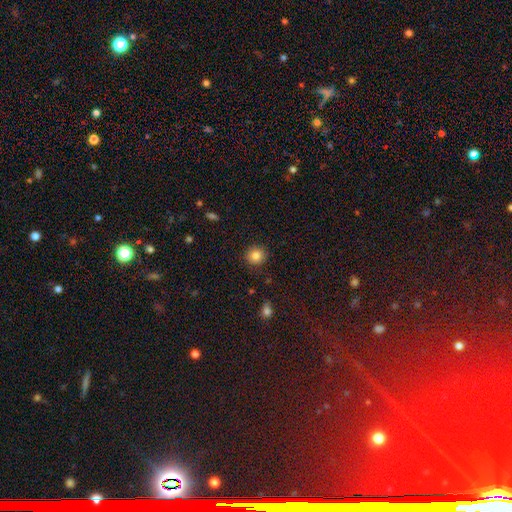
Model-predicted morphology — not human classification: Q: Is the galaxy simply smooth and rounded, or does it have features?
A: smooth — 83%.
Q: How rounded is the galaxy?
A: round — 90%.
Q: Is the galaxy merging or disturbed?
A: none — 90%.